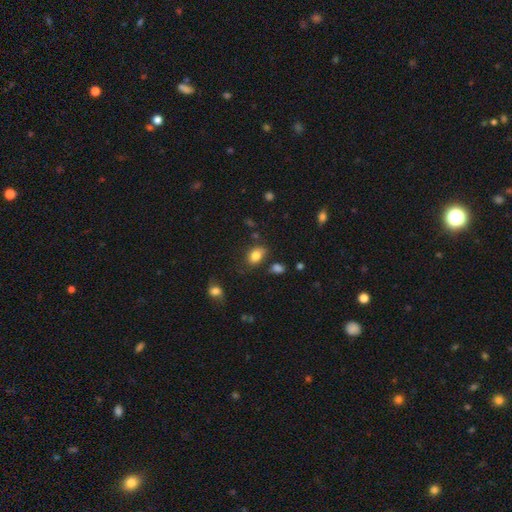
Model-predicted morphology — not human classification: Smooth or featured?
  - smooth: 82% *
  - star or artifact: 10%
  - featured or disk: 8%
How rounded?
  - in between: 76% *
  - round: 22%
  - cigar-shaped: 1%
Merging?
  - none: 70% *
  - minor disturbance: 19%
  - merger: 5%
  - major disturbance: 5%